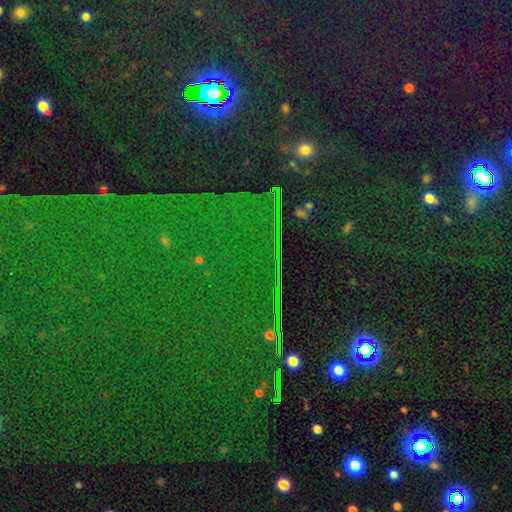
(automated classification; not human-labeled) Smooth or featured? star or artifact (85%)